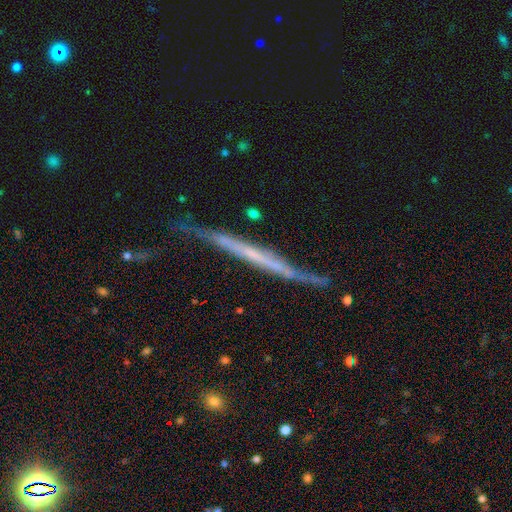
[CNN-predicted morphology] Overall: featured or disk (71%). Edge-on disk: yes (93%). Edge-on bulge: none (82%). Merging: none (66%).